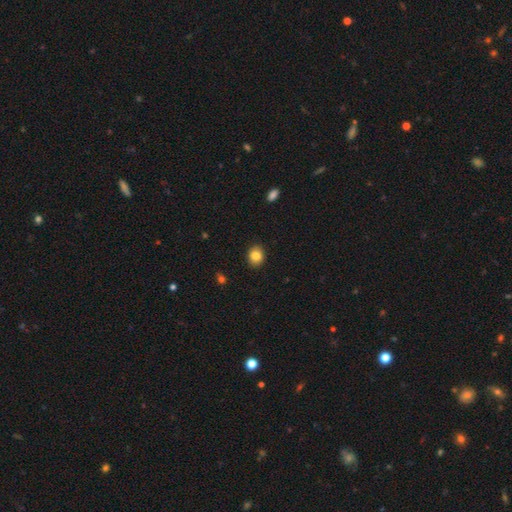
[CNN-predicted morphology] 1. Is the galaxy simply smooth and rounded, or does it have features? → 85% smooth, 9% star or artifact, 6% featured or disk.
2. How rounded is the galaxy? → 57% round, 42% in between, 1% cigar-shaped.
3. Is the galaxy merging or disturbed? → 89% none, 8% minor disturbance, 2% major disturbance, 1% merger.